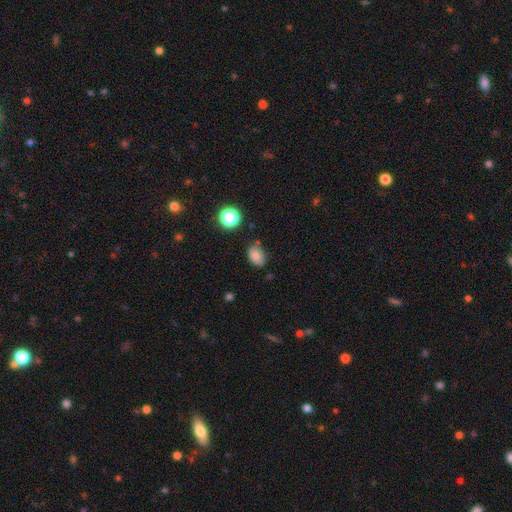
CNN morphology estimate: Q: Smooth or featured?
A: smooth (82%); runner-up: star or artifact (12%)
Q: How rounded?
A: in between (77%); runner-up: round (22%)
Q: Merging?
A: none (72%); runner-up: minor disturbance (20%)